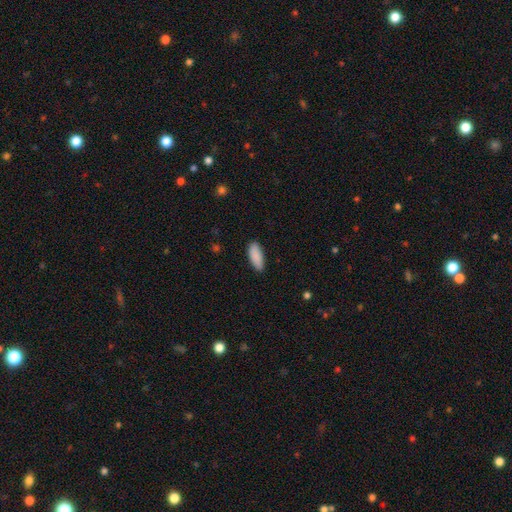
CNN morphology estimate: type=smooth (90%); roundness=in between (76%); merging=none (85%).